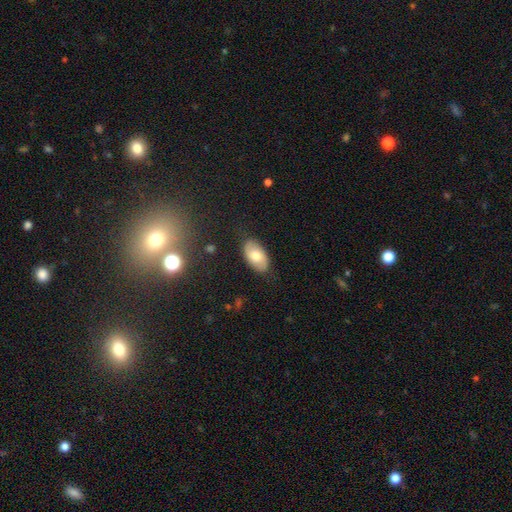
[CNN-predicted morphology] This appears to be a smooth galaxy with no disk features (66%) that is in between round and cigar-shaped (94%). Merging: none (84%).